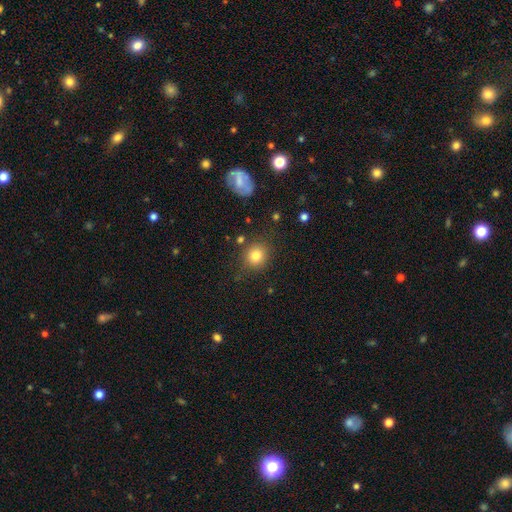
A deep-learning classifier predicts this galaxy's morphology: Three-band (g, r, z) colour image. It shows a smooth galaxy with no disk features (81%) that is round (87%). Merging: none (81%).